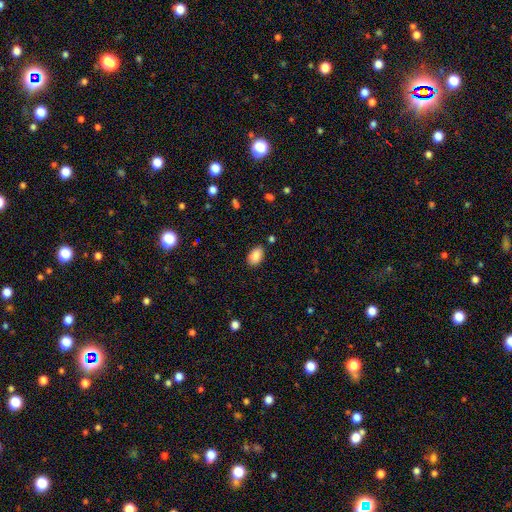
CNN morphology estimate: This is clearly a smooth galaxy (87%). How rounded: clearly in between (90%). Merging: clearly none (83%).